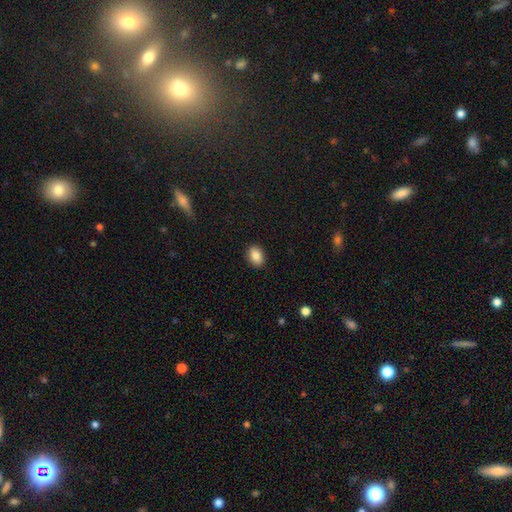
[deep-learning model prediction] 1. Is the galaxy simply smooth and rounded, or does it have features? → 87% smooth, 8% star or artifact, 5% featured or disk.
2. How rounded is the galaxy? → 76% in between, 23% round, 1% cigar-shaped.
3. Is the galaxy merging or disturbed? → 89% none, 8% minor disturbance, 2% major disturbance, 1% merger.